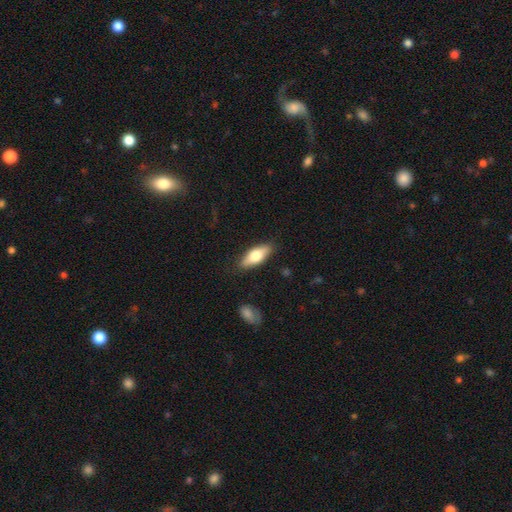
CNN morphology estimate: This appears to be a smooth galaxy with no disk features (67%) that is in between round and cigar-shaped (73%). Merging: none (85%).